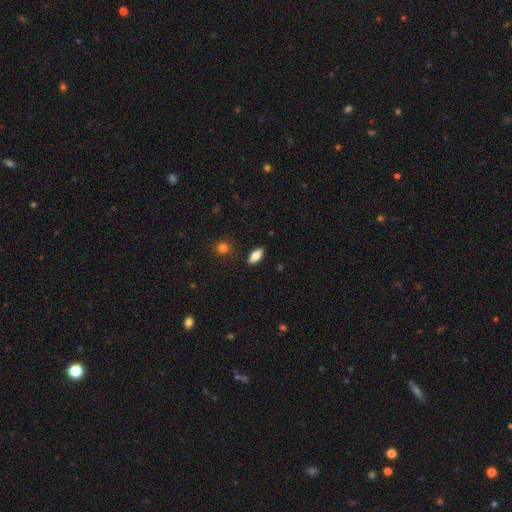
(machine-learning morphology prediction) smooth_or_featured: smooth (p=0.82) [alt: featured or disk p=0.11]
how_rounded: in between (p=0.84) [alt: cigar-shaped p=0.14]
merging: none (p=0.87) [alt: minor disturbance p=0.09]